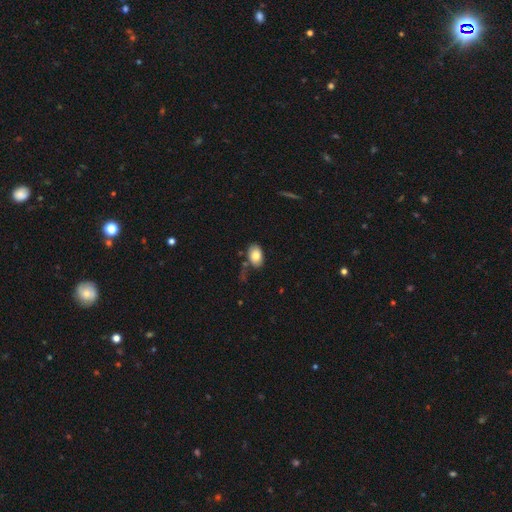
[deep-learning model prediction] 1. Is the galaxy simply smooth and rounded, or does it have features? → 81% smooth, 12% featured or disk, 7% star or artifact.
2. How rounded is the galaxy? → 89% in between, 9% round, 1% cigar-shaped.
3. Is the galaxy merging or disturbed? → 66% none, 20% minor disturbance, 7% merger, 7% major disturbance.